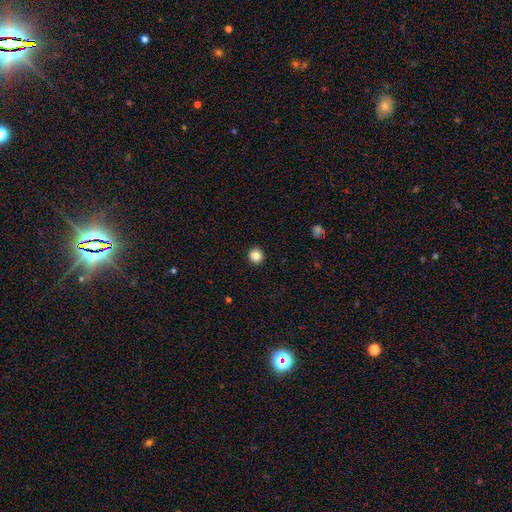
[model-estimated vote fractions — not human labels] This appears to be a smooth galaxy with no disk features (84%) that is round (94%). Merging: none (94%).